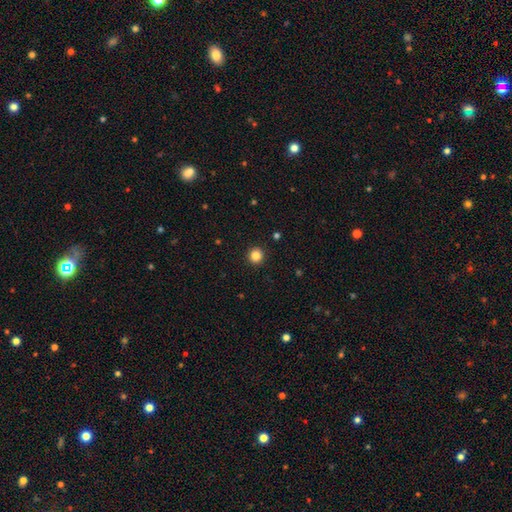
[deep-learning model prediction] Overall: smooth (84%). How rounded: round (95%). Merging: none (93%).